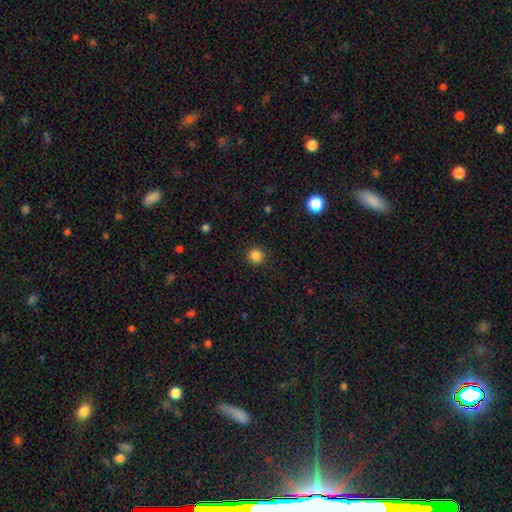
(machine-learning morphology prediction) Smooth or featured?
  - smooth: 85% *
  - star or artifact: 12%
  - featured or disk: 3%
How rounded?
  - round: 91% *
  - in between: 8%
  - cigar-shaped: 1%
Merging?
  - none: 90% *
  - minor disturbance: 6%
  - major disturbance: 2%
  - merger: 1%